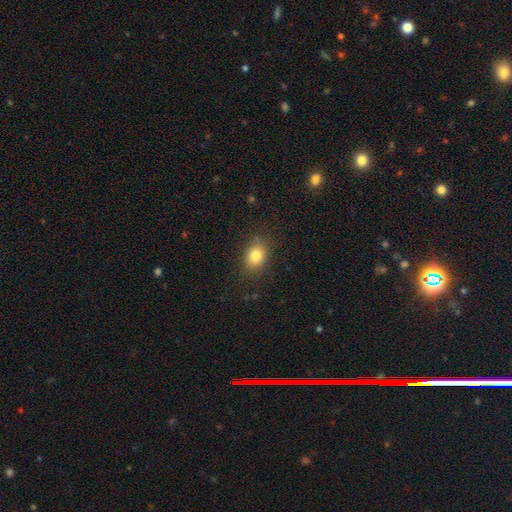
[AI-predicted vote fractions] A smooth galaxy with no disk features (81%) that is in between round and cigar-shaped (65%). Merging: none (84%).